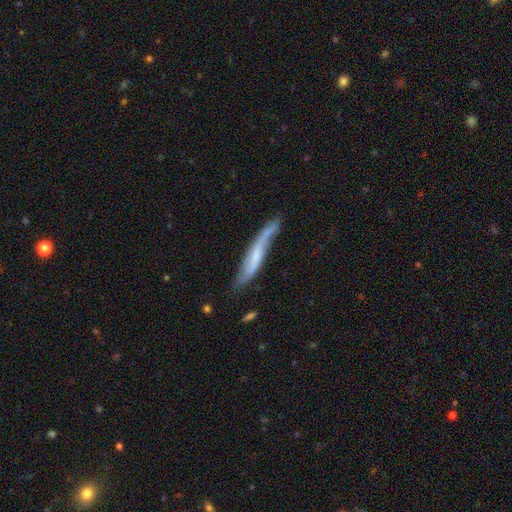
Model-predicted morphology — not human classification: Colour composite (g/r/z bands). It shows a featured or disk galaxy (66%). Merging: none (58%).